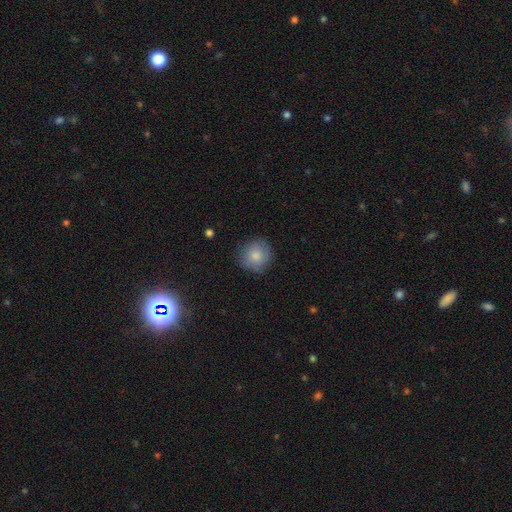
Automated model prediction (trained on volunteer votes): A smooth galaxy with no disk features (83%) that is round (92%). Merging: none (84%).